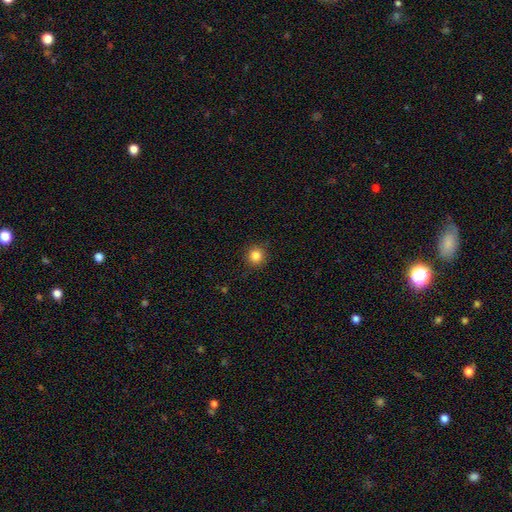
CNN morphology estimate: type=smooth (84%); roundness=round (93%); merging=none (89%).